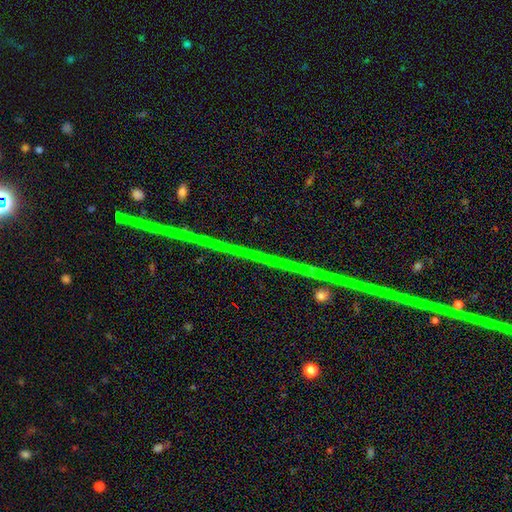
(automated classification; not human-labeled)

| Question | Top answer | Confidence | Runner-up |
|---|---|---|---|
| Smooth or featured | star or artifact | 76% | featured or disk (16%) |